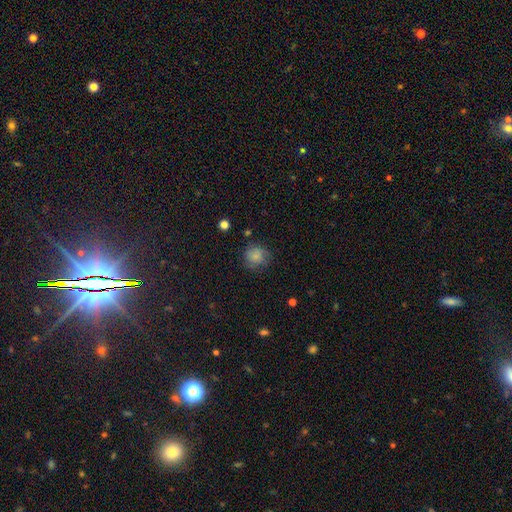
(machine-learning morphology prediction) smooth_or_featured: smooth (p=0.80) [alt: star or artifact p=0.10]
how_rounded: round (p=0.85) [alt: in between p=0.14]
merging: none (p=0.71) [alt: minor disturbance p=0.20]